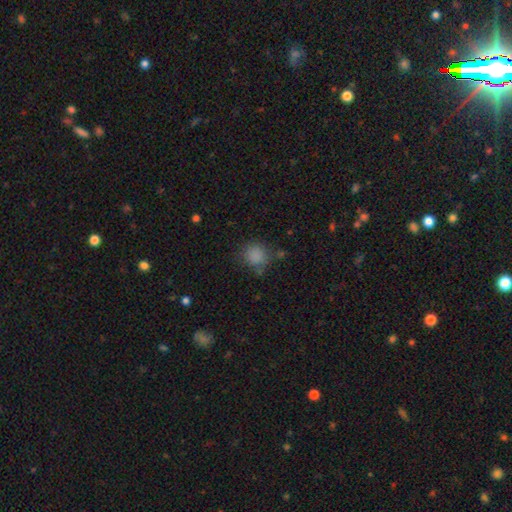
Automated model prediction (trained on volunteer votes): This appears to be a smooth galaxy with no disk features (83%) that is round (80%). Merging: none (69%).